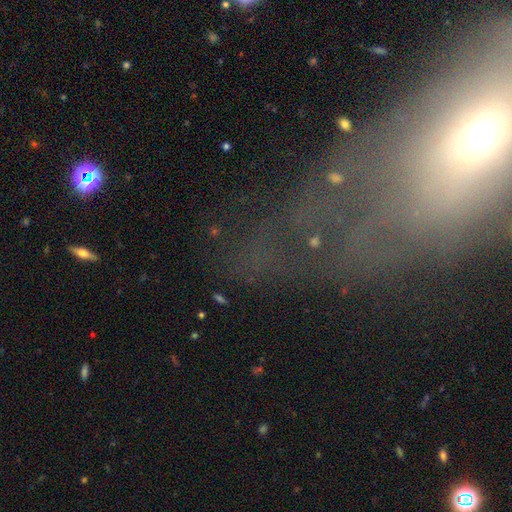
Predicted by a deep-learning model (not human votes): Smooth or featured: star or artifact — 47% (featured or disk — 31%)